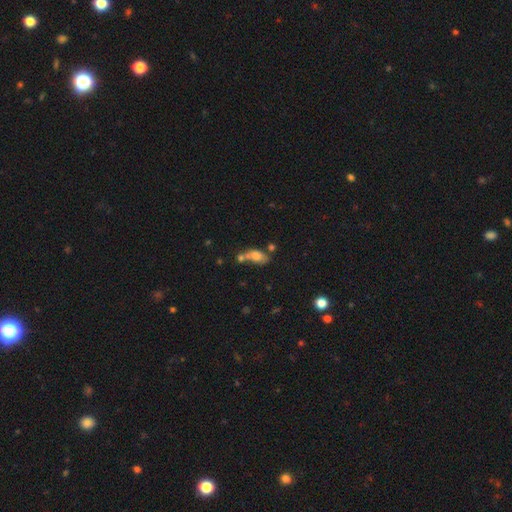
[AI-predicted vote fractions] Smooth or featured? Predicted: smooth (p=0.68). How rounded? Predicted: in between (p=0.83). Merging? Predicted: merger (p=0.38).